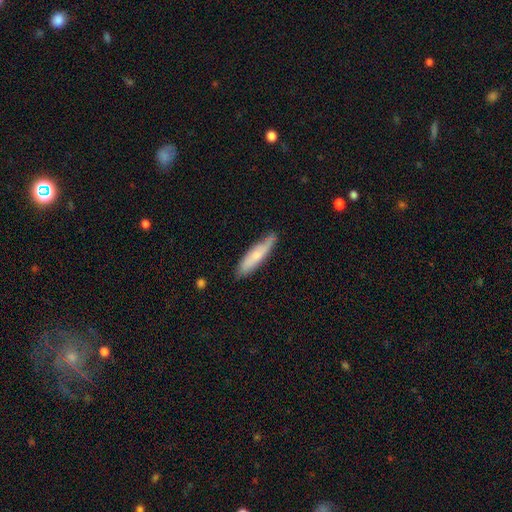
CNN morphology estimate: Smooth or featured?
  - smooth: 64% *
  - featured or disk: 30%
  - star or artifact: 6%
How rounded?
  - cigar-shaped: 77% *
  - in between: 22%
  - round: 1%
Merging?
  - none: 77% *
  - minor disturbance: 18%
  - major disturbance: 3%
  - merger: 1%